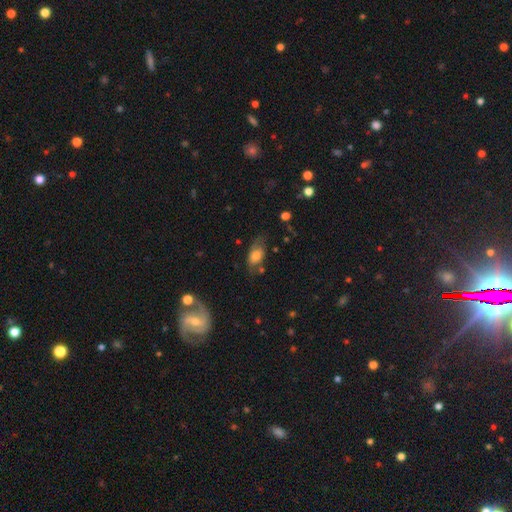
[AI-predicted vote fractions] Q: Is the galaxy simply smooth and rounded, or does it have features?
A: smooth — 63%.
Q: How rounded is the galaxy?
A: in between — 86%.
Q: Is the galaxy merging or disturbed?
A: none — 55%.